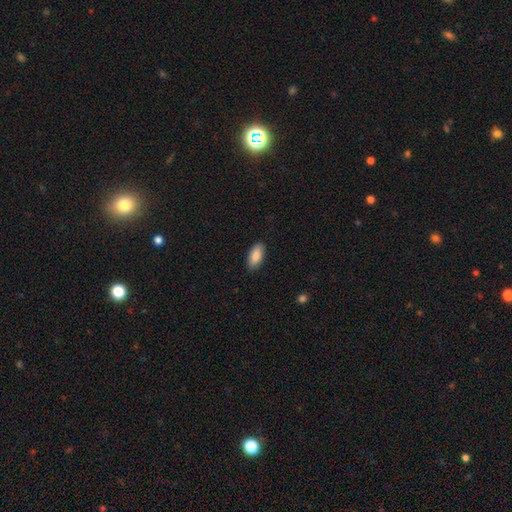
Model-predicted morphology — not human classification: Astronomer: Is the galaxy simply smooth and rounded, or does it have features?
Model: smooth — 89%.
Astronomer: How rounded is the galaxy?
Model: in between — 90%.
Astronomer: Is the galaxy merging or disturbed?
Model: none — 88%.